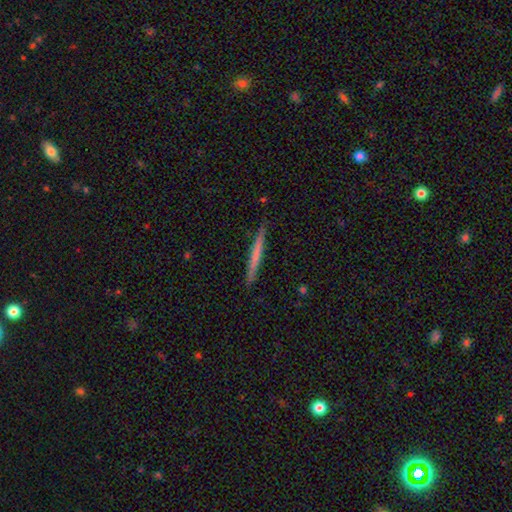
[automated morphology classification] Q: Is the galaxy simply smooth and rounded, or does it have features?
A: smooth — 59%.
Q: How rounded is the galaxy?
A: cigar-shaped — 97%.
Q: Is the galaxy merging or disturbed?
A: none — 89%.